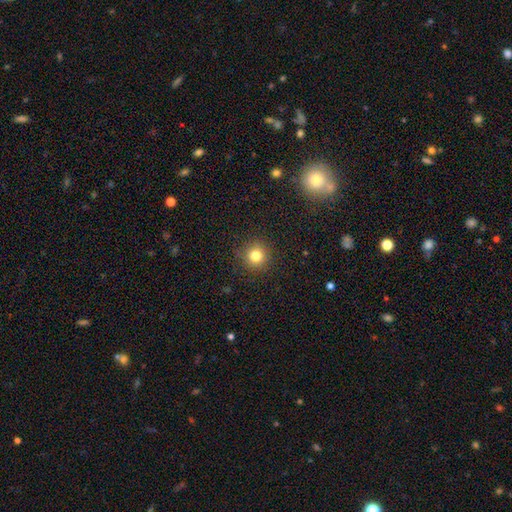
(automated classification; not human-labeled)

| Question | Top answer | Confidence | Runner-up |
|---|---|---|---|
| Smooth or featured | smooth | 80% | star or artifact (13%) |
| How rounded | round | 94% | in between (5%) |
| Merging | none | 90% | minor disturbance (6%) |